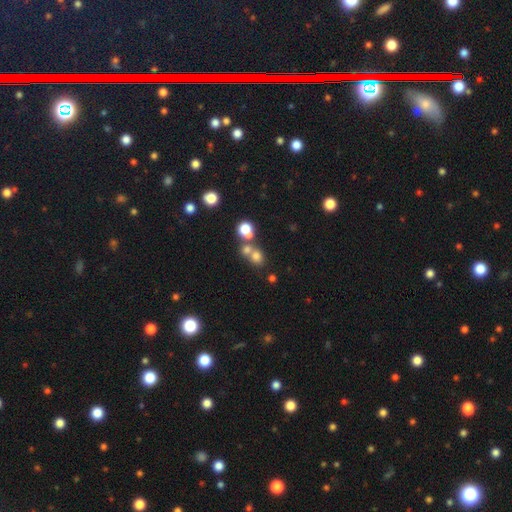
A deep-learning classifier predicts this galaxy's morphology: Smooth or featured?
  - smooth: 67% *
  - star or artifact: 20%
  - featured or disk: 13%
How rounded?
  - round: 76% *
  - in between: 23%
  - cigar-shaped: 1%
Merging?
  - none: 44% * (tied)
  - merger: 44% * (tied)
  - minor disturbance: 8%
  - major disturbance: 5%